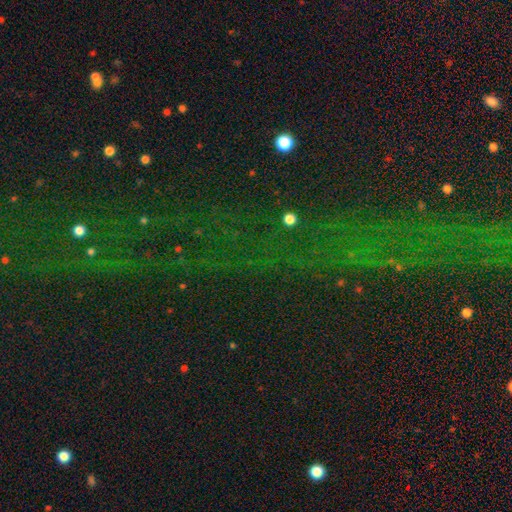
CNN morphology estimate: A star or artifact, not a galaxy (74%).